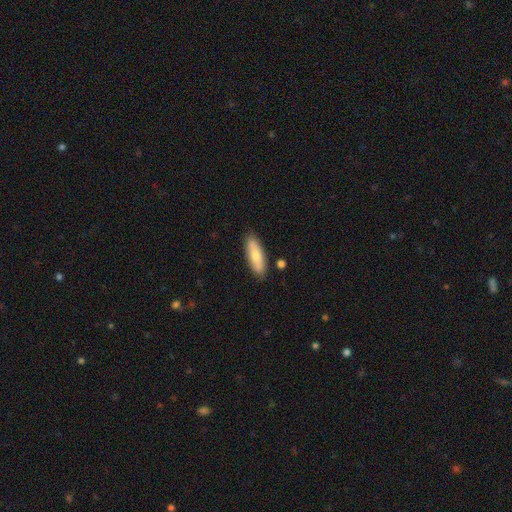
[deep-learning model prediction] Morphology: type=smooth (75%); roundness=in between (50%); merging=none (84%).